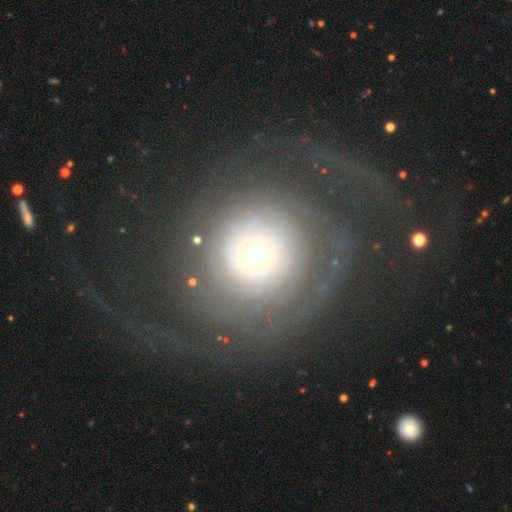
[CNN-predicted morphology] Smooth or featured?
  - featured or disk: 73% *
  - smooth: 18%
  - star or artifact: 9%
Edge-on disk?
  - no: 96% *
  - yes: 4%
Bar?
  - no: 86% *
  - weak: 10%
  - strong: 4%
Spiral arms?
  - yes: 73% *
  - no: 27%
Spiral winding?
  - tight: 66% *
  - medium: 18%
  - loose: 16%
Spiral arm count?
  - can't tell: 43% *
  - 2: 21%
  - 1: 10%
  - 3: 10%
  - more than 4: 9%
  - 4: 8%
Bulge size?
  - moderate: 48% *
  - small: 40%
  - large: 8%
  - dominant: 3%
  - none: 1%
Merging?
  - none: 60% *
  - major disturbance: 26%
  - minor disturbance: 12%
  - merger: 2%